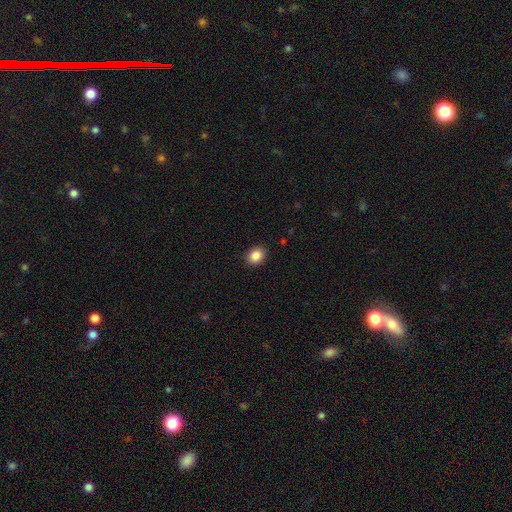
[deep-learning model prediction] A smooth galaxy with no disk features (87%) that is round (50%). Merging: none (90%).